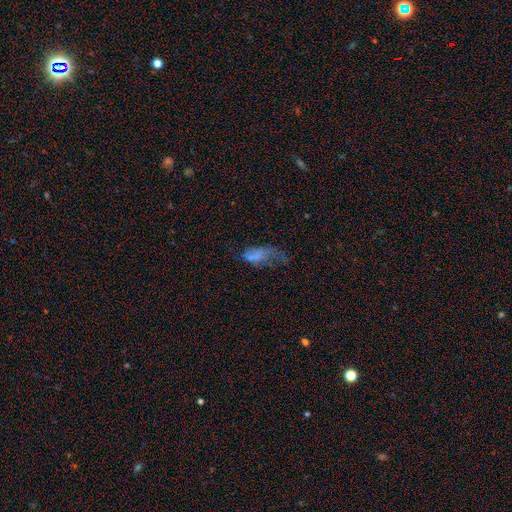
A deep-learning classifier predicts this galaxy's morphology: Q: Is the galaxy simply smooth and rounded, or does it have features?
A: smooth — 53%.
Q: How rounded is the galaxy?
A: in between — 85%.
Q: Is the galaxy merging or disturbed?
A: major disturbance — 51%.